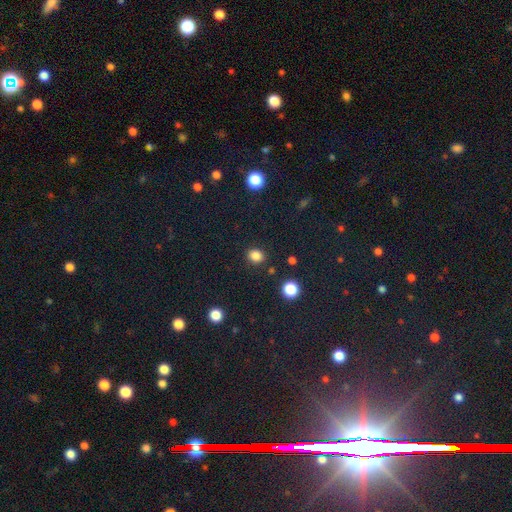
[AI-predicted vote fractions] Smooth or featured? Predicted: smooth (p=0.84). How rounded? Predicted: round (p=0.60). Merging? Predicted: none (p=0.87).